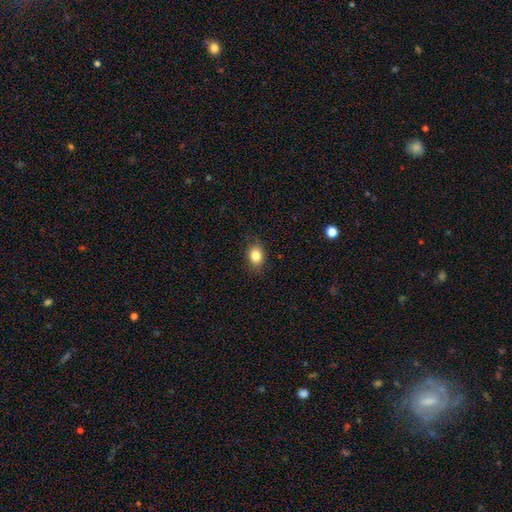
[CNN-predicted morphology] smooth-or-featured: smooth: 83% | star or artifact: 10% | featured or disk: 7%
  how-rounded: in between: 63% | round: 36% | cigar-shaped: 1%
  merging: none: 84% | minor disturbance: 12% | major disturbance: 3% | merger: 1%